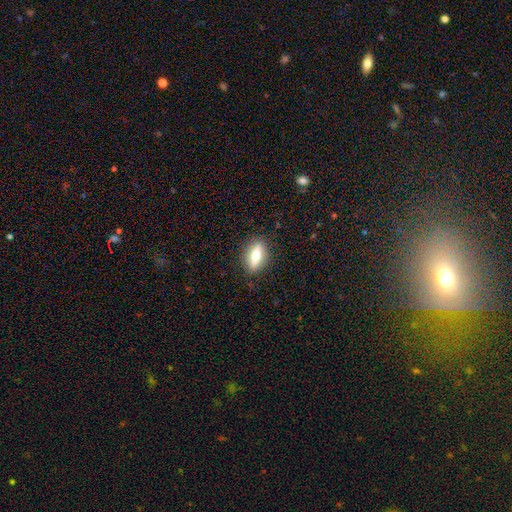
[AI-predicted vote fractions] Smooth or featured?
  - smooth: 56% *
  - featured or disk: 37%
  - star or artifact: 7%
How rounded?
  - in between: 65% *
  - cigar-shaped: 27%
  - round: 7%
Merging?
  - none: 87% *
  - minor disturbance: 9%
  - major disturbance: 3%
  - merger: 1%